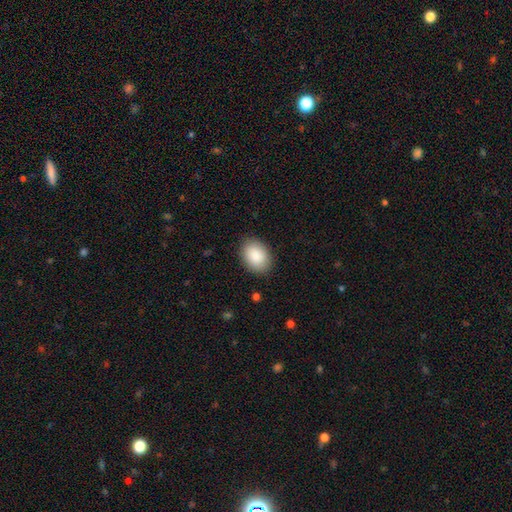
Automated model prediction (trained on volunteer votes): The model was most divided on "how rounded": in between: 77%, round: 22%, cigar-shaped: 1%. More confident: smooth or featured — smooth (89%); merging — none (86%).